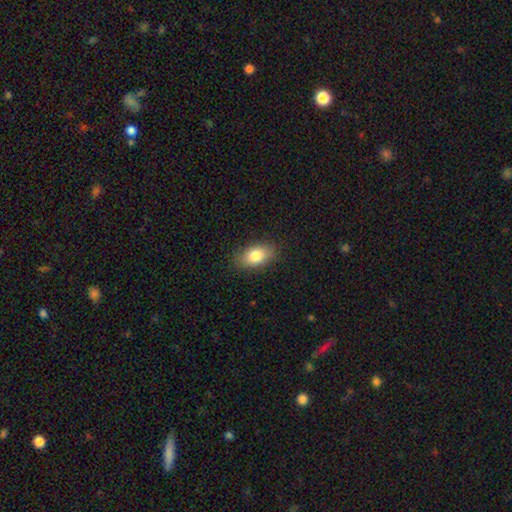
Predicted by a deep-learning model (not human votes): Q: Smooth or featured?
A: smooth (81%); runner-up: featured or disk (11%)
Q: How rounded?
A: in between (87%); runner-up: round (9%)
Q: Merging?
A: none (85%); runner-up: minor disturbance (11%)